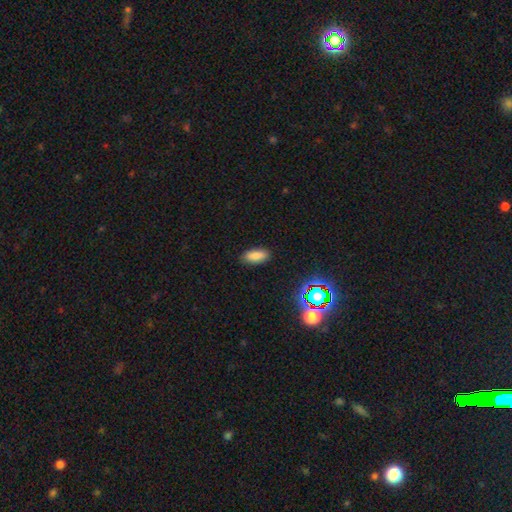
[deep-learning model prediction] Smooth or featured? smooth (83%)
How rounded? in between (85%)
Merging? none (88%)